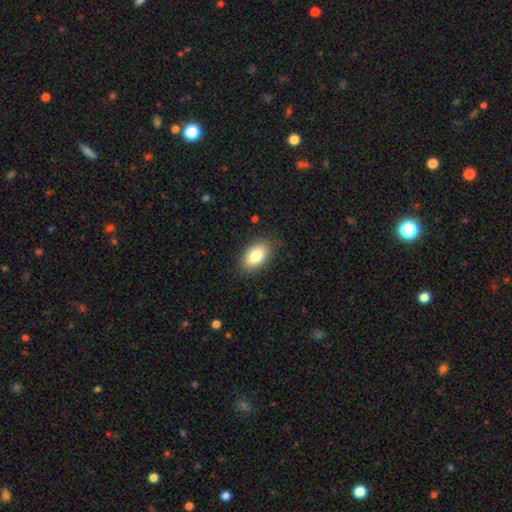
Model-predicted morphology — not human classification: Q: Smooth or featured?
A: smooth (82%); runner-up: featured or disk (11%)
Q: How rounded?
A: in between (92%); runner-up: round (6%)
Q: Merging?
A: none (85%); runner-up: minor disturbance (11%)